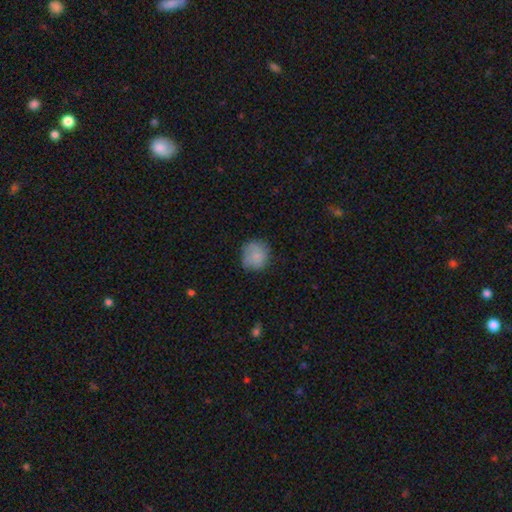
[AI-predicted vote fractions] Smooth or featured: smooth — 81% (featured or disk — 10%)
How rounded: round — 87% (in between — 12%)
Merging: none — 69% (minor disturbance — 23%)